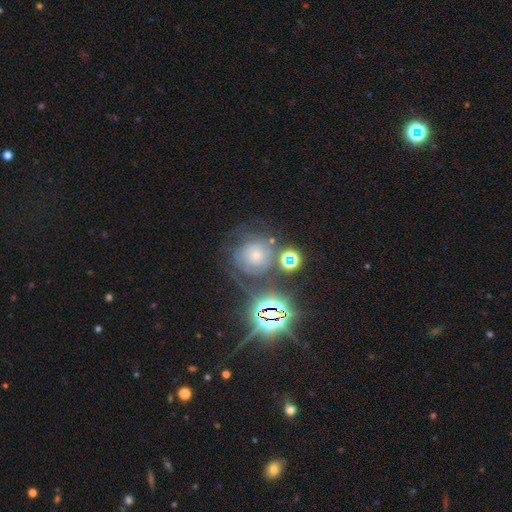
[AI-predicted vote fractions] Smooth or featured? featured or disk (43%)
Merging? none (60%)